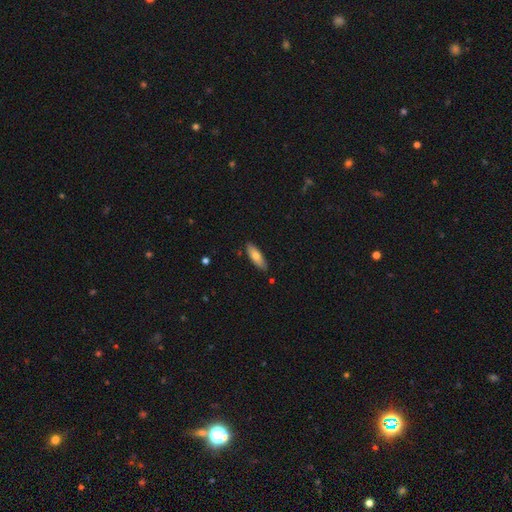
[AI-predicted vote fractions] A smooth galaxy with no disk features (70%) that is in between round and cigar-shaped (55%).

Vote fractions:
- Smooth or featured? smooth: 70% / featured or disk: 24% / star or artifact: 6%
- How rounded? in between: 55% / cigar-shaped: 43% / round: 2%
- Merging? none: 85% / minor disturbance: 12% / major disturbance: 2% / merger: 2%